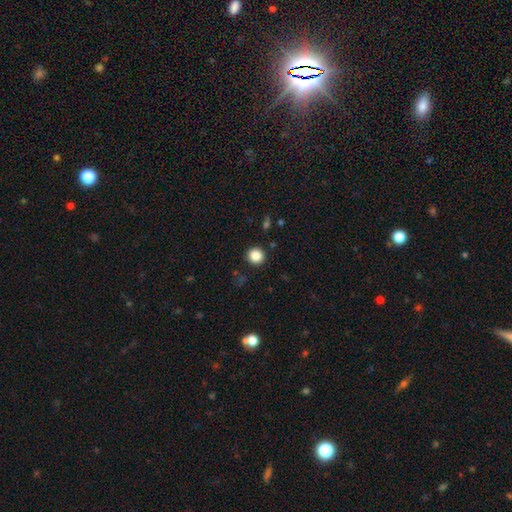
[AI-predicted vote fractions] smooth_or_featured: smooth (p=0.86) [alt: star or artifact p=0.10]
how_rounded: round (p=0.94) [alt: in between p=0.05]
merging: none (p=0.92) [alt: minor disturbance p=0.05]